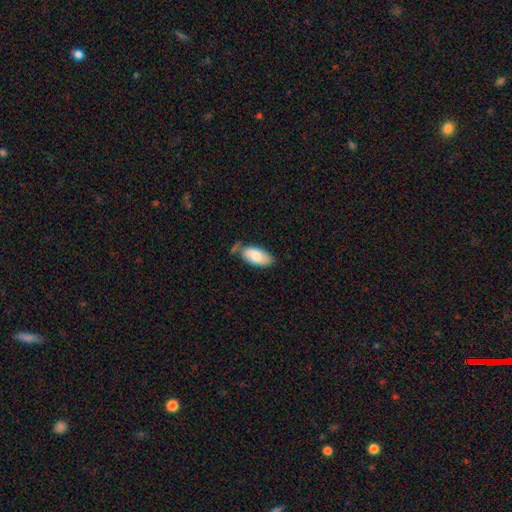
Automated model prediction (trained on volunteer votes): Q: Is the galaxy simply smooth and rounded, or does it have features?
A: smooth — 76%.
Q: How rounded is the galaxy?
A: in between — 93%.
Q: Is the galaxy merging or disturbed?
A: none — 55%.